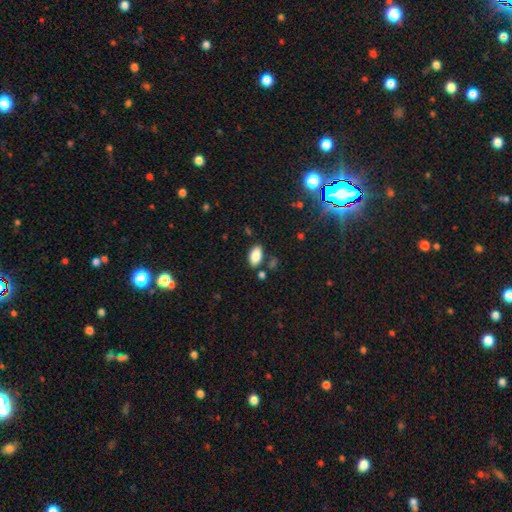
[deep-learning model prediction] smooth-or-featured: smooth: 86% | star or artifact: 8% | featured or disk: 6%
  how-rounded: in between: 94% | round: 4% | cigar-shaped: 3%
  merging: none: 81% | minor disturbance: 11% | merger: 5% | major disturbance: 3%